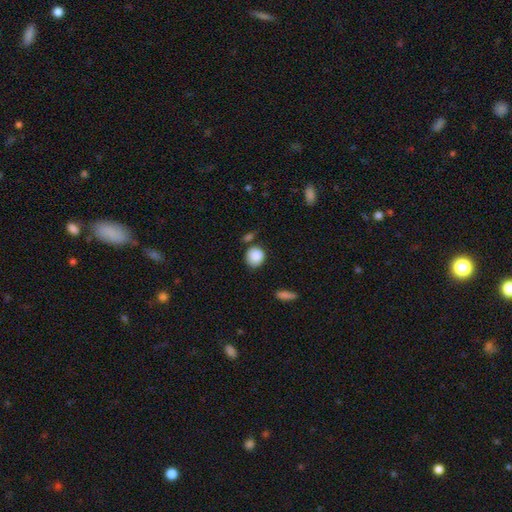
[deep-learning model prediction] Smooth or featured? smooth (88%)
How rounded? round (85%)
Merging? none (72%)